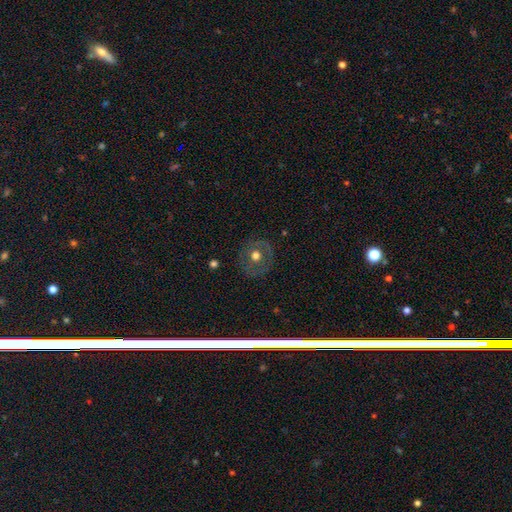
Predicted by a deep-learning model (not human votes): smooth-or-featured: smooth: 50% | featured or disk: 40% | star or artifact: 10%
  how-rounded: round: 88% | in between: 11% | cigar-shaped: 1%
  merging: none: 82% | minor disturbance: 12% | major disturbance: 5% | merger: 1%